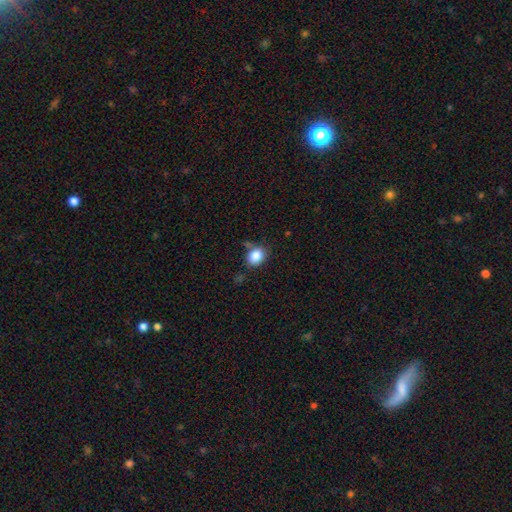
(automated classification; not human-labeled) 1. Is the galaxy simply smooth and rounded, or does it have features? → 86% smooth, 9% star or artifact, 5% featured or disk.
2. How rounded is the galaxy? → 56% in between, 43% round, 1% cigar-shaped.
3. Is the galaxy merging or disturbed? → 67% none, 21% minor disturbance, 7% merger, 6% major disturbance.